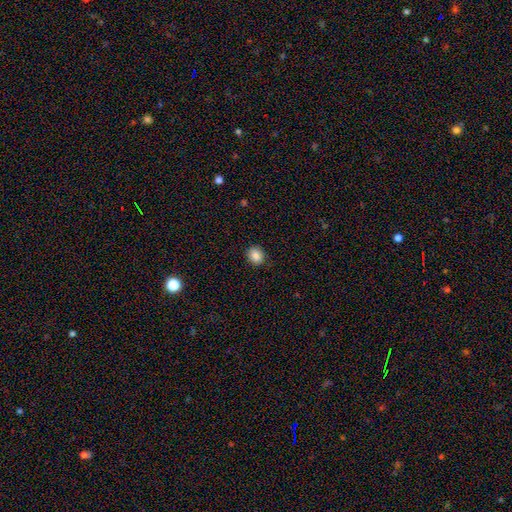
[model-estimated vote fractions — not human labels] This appears to be a smooth galaxy with no disk features (87%) that is round (62%). Merging: none (89%).